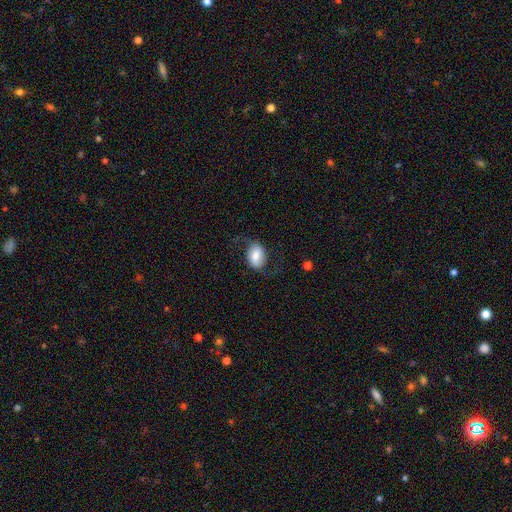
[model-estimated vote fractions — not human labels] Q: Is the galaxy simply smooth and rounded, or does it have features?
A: smooth — 54%.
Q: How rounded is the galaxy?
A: in between — 78%.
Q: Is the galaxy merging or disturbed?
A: none — 64%.